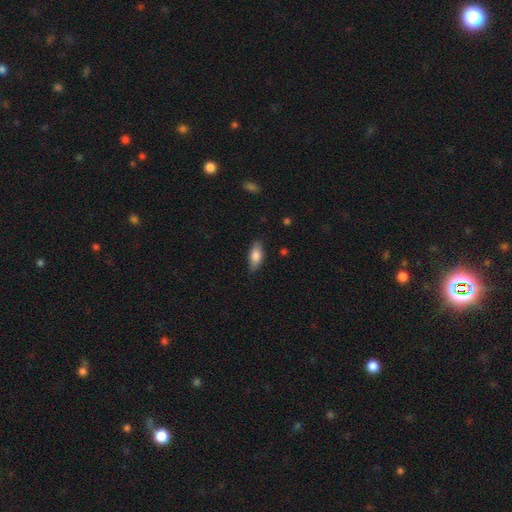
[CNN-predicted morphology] Smooth or featured?
  - smooth: 78% *
  - featured or disk: 15%
  - star or artifact: 6%
How rounded?
  - in between: 82% *
  - cigar-shaped: 15%
  - round: 3%
Merging?
  - none: 81% *
  - minor disturbance: 15%
  - major disturbance: 3%
  - merger: 1%